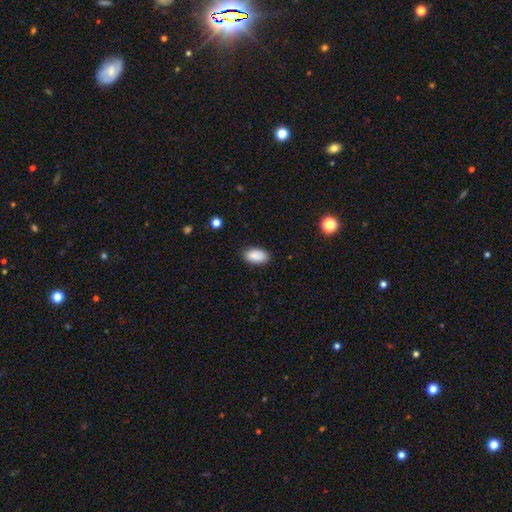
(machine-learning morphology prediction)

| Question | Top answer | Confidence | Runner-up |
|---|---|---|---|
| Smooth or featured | smooth | 89% | star or artifact (7%) |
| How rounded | in between | 94% | round (4%) |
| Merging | none | 87% | minor disturbance (10%) |